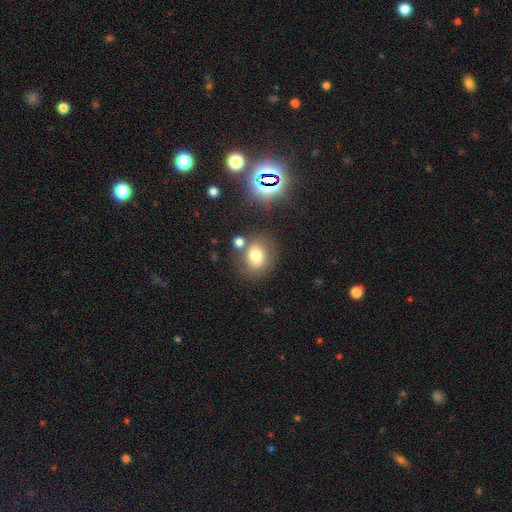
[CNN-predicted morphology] This is likely a smooth galaxy (71%). How rounded: likely round (64%). Merging: likely none (69%).